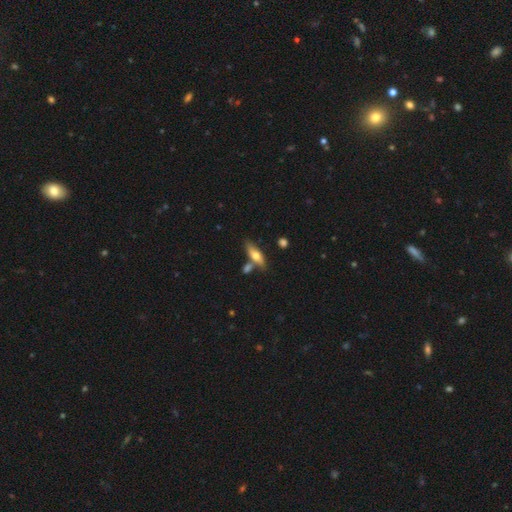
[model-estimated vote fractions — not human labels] Smooth or featured? smooth (59%)
How rounded? in between (58%)
Merging? none (65%)